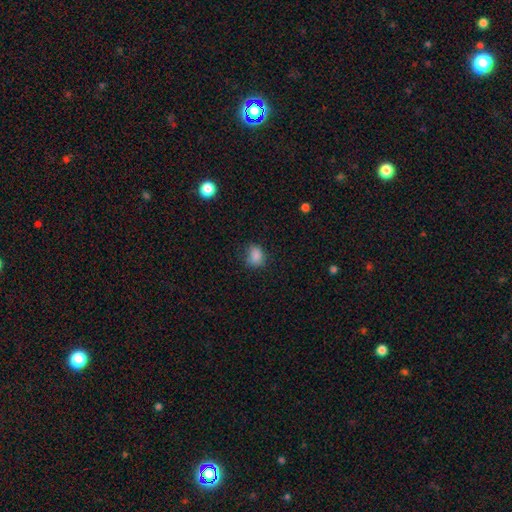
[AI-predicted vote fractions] Morphology: type=smooth (84%); roundness=in between (50%); merging=none (68%).